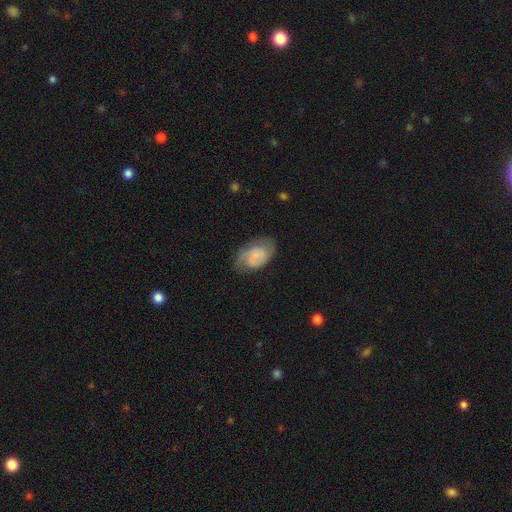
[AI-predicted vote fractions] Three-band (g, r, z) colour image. It shows a smooth galaxy with no disk features (49%). Merging: none (57%).